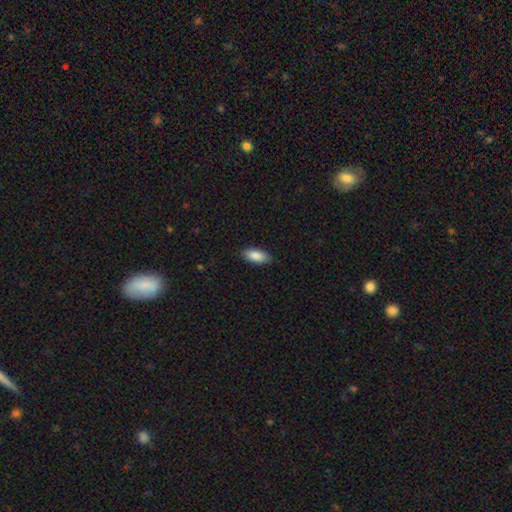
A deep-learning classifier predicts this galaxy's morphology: Overall: smooth (89%). How rounded: in between (89%). Merging: none (87%).